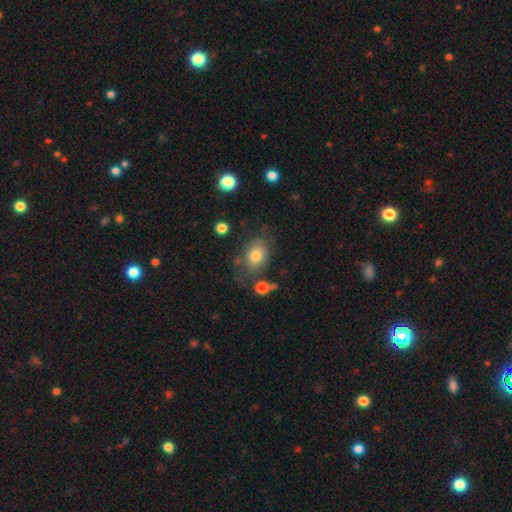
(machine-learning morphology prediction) Smooth or featured?
  - smooth: 75% *
  - featured or disk: 15%
  - star or artifact: 10%
How rounded?
  - in between: 76% *
  - round: 23%
  - cigar-shaped: 1%
Merging?
  - none: 64% *
  - minor disturbance: 21%
  - major disturbance: 10%
  - merger: 6%